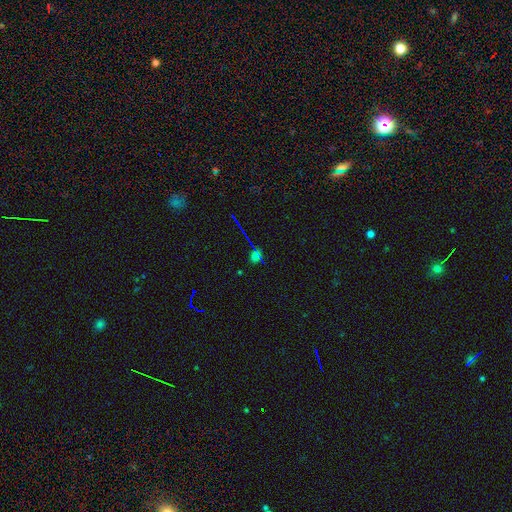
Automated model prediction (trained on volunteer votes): The model was most divided on "smooth or featured": star or artifact: 51%, smooth: 40%, featured or disk: 10%.